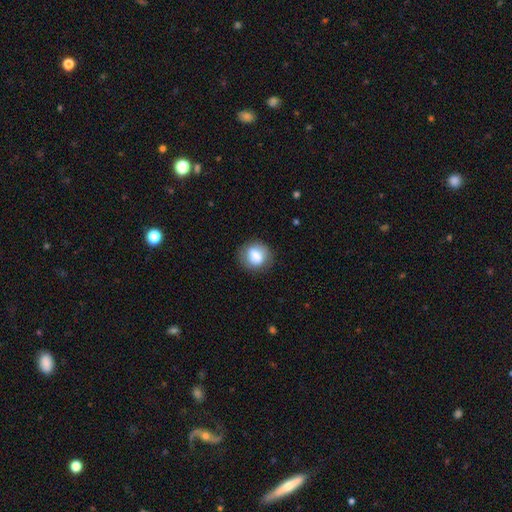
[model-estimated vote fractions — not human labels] Overall: smooth (77%). How rounded: round (64%; in between 35%). Merging: none (80%).